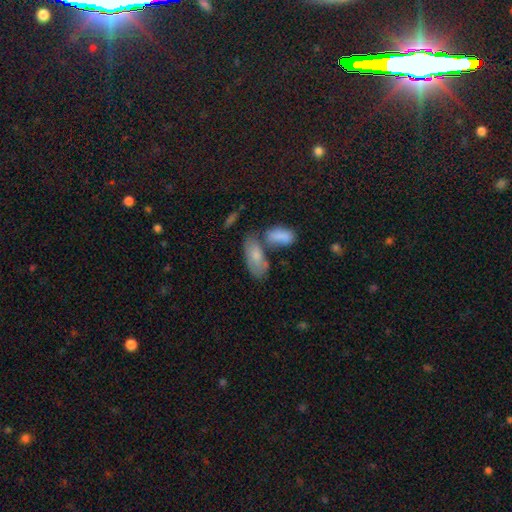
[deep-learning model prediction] Smooth or featured? smooth (71%)
How rounded? in between (89%)
Merging? none (44%)